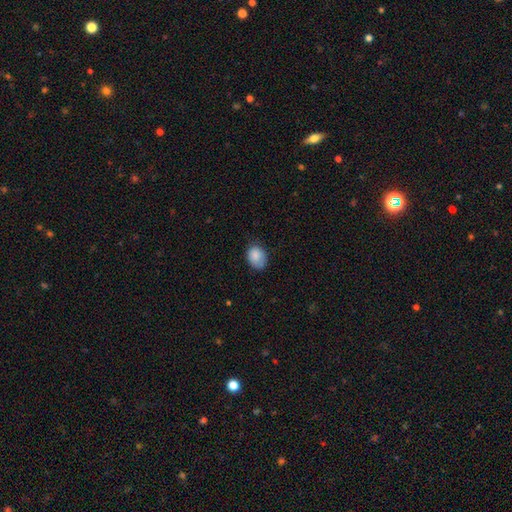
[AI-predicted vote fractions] The model was most divided on "how rounded": in between: 67%, round: 32%, cigar-shaped: 1%. More confident: smooth or featured — smooth (86%); merging — none (65%).